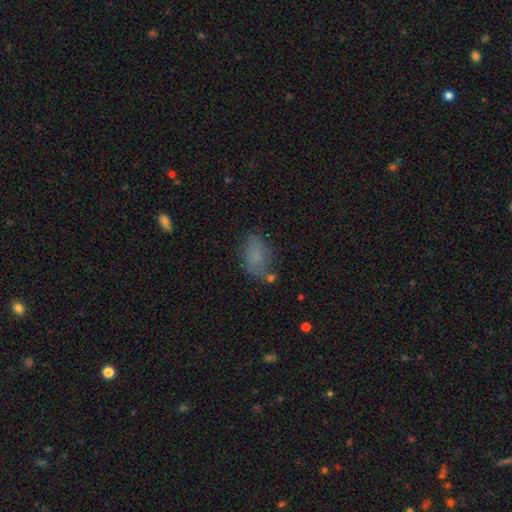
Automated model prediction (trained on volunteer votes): A smooth galaxy with no disk features (76%) that is in between round and cigar-shaped (89%).

Vote fractions:
- Smooth or featured? smooth: 76% / star or artifact: 12% / featured or disk: 12%
- How rounded? in between: 89% / round: 8% / cigar-shaped: 3%
- Merging? none: 60% / minor disturbance: 24% / major disturbance: 10% / merger: 6%